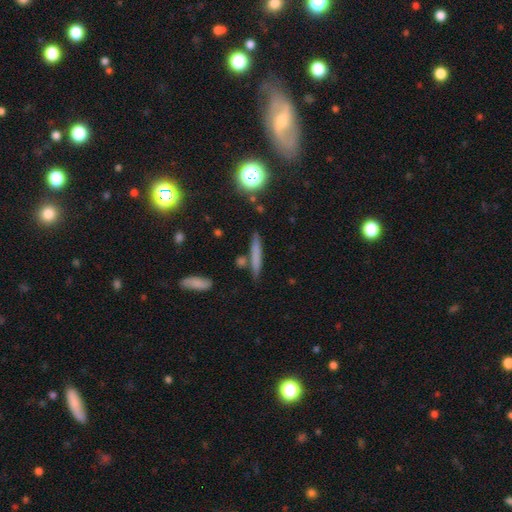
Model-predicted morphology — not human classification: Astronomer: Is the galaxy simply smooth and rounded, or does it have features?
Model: smooth — 64%.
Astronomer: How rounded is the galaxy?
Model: cigar-shaped — 92%.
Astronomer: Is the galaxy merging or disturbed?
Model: none — 80%.